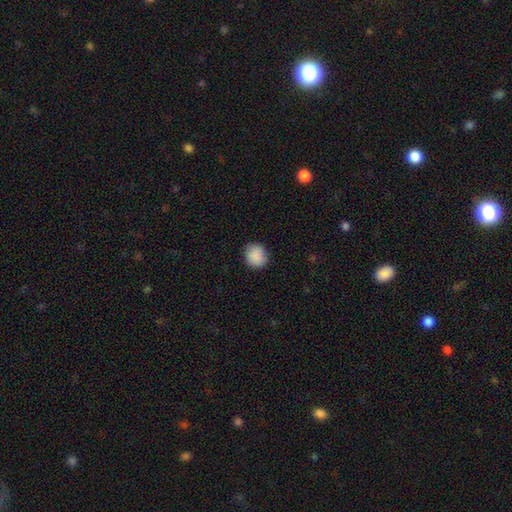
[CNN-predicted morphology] Smooth or featured? Predicted: smooth (p=0.90). How rounded? Predicted: round (p=0.83). Merging? Predicted: none (p=0.88).